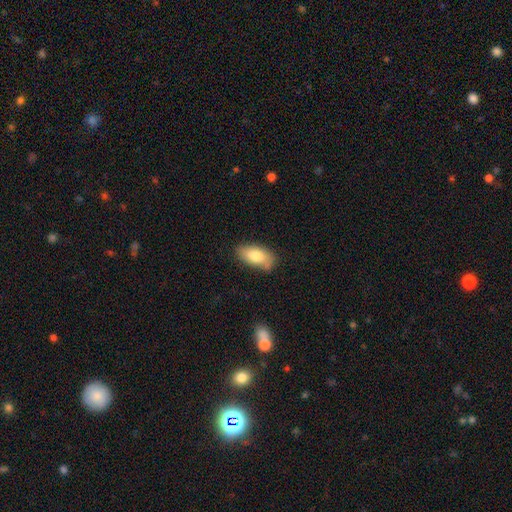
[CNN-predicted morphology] smooth-or-featured: smooth: 78% | featured or disk: 15% | star or artifact: 7%
  how-rounded: in between: 91% | cigar-shaped: 6% | round: 3%
  merging: none: 74% | minor disturbance: 20% | major disturbance: 4% | merger: 3%